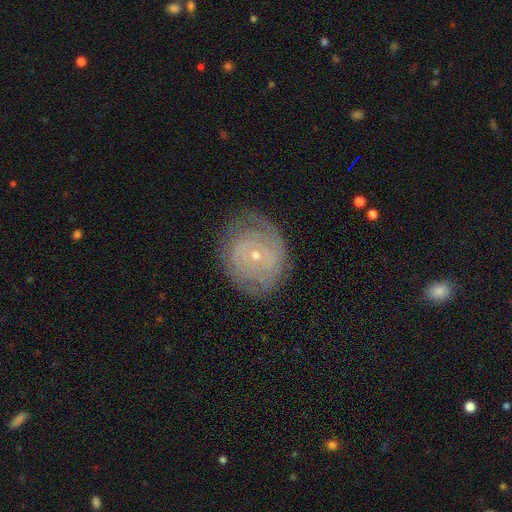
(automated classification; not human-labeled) Smooth or featured: featured or disk — 76% (smooth — 16%)
Edge-on disk: no — 97% (yes — 3%)
Bar: no — 69% (weak — 25%)
Spiral arms: yes — 89% (no — 11%)
Spiral winding: tight — 71% (medium — 22%)
Spiral arm count: can't tell — 40% (2 — 32%)
Bulge size: small — 78% (moderate — 19%)
Merging: none — 73% (minor disturbance — 18%)